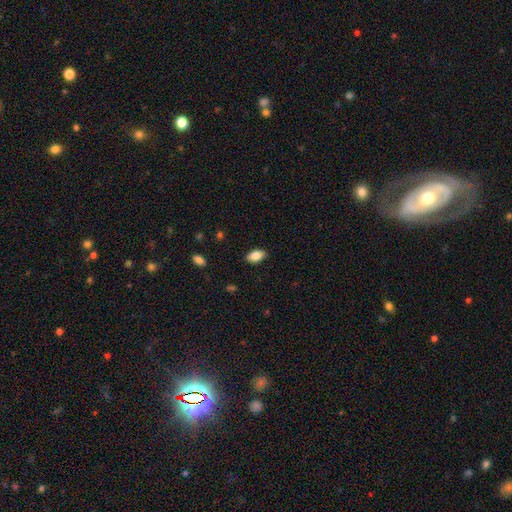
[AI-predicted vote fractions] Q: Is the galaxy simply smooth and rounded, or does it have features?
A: smooth — 84%.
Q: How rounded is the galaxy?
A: in between — 92%.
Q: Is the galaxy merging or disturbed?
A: none — 88%.